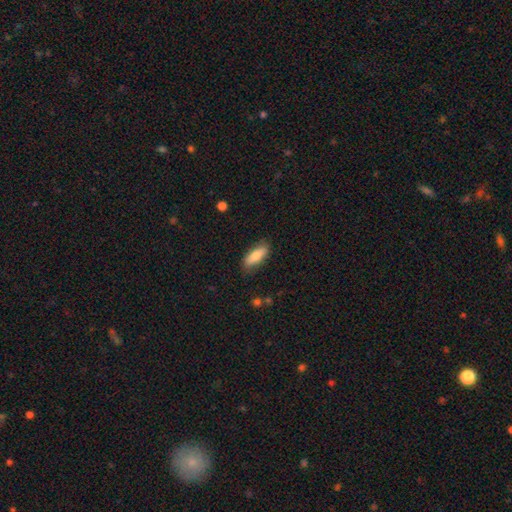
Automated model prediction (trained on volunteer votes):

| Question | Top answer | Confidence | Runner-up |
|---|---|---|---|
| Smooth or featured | smooth | 80% | featured or disk (13%) |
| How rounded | in between | 67% | cigar-shaped (31%) |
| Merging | none | 81% | minor disturbance (15%) |